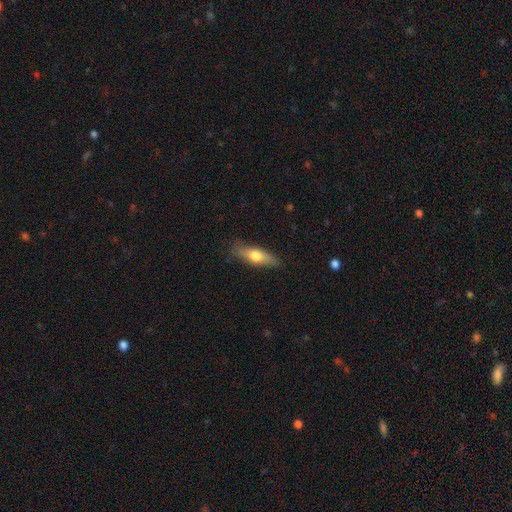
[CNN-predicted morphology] This is likely a smooth galaxy (62%). How rounded: possibly cigar-shaped (54%). Merging: clearly none (82%).